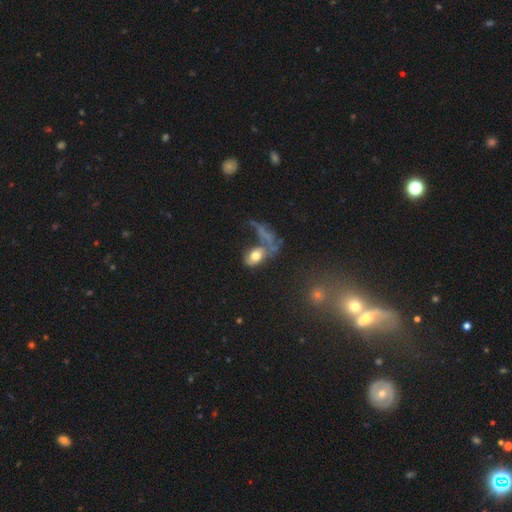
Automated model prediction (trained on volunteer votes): Smooth or featured? smooth (68%)
How rounded? in between (85%)
Merging? merger (31%)